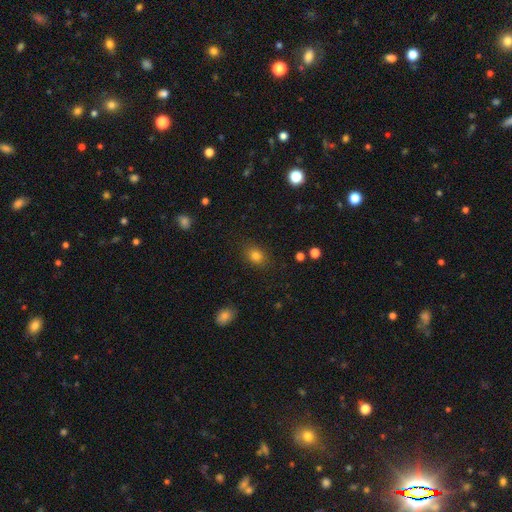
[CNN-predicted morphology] This is clearly a smooth galaxy (82%). How rounded: possibly in between (55%). Merging: clearly none (85%).